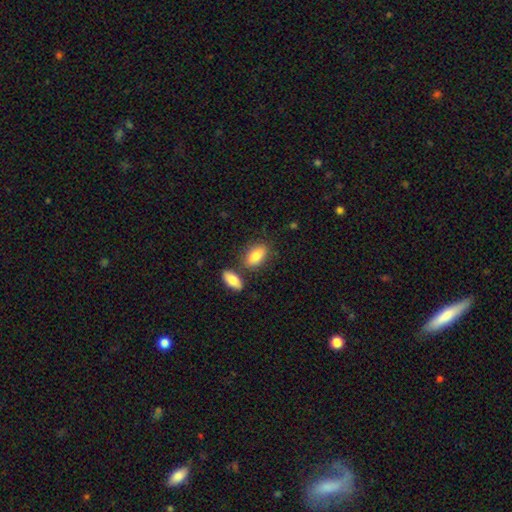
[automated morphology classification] This appears to be a smooth galaxy with no disk features (84%) that is in between round and cigar-shaped (88%). Merging: none (69%).